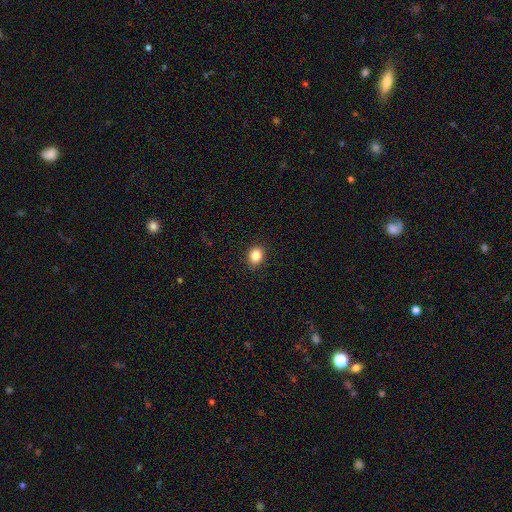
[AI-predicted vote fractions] Smooth or featured? smooth (85%)
How rounded? round (59%)
Merging? none (89%)